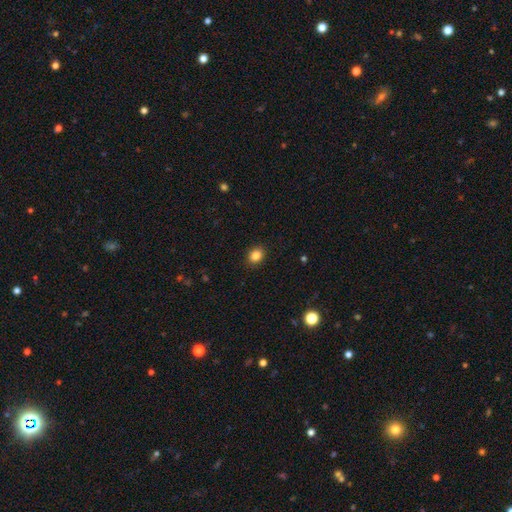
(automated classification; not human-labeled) Morphology: type=smooth (86%); roundness=round (50%); merging=none (90%).